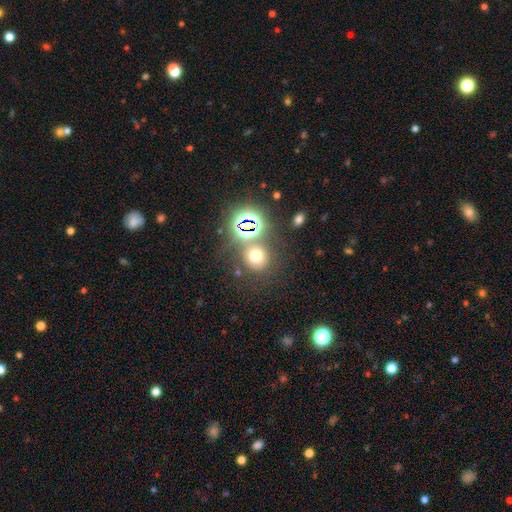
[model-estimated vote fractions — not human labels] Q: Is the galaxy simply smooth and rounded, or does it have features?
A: smooth — 62%.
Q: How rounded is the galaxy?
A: round — 87%.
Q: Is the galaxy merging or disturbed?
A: none — 68%.